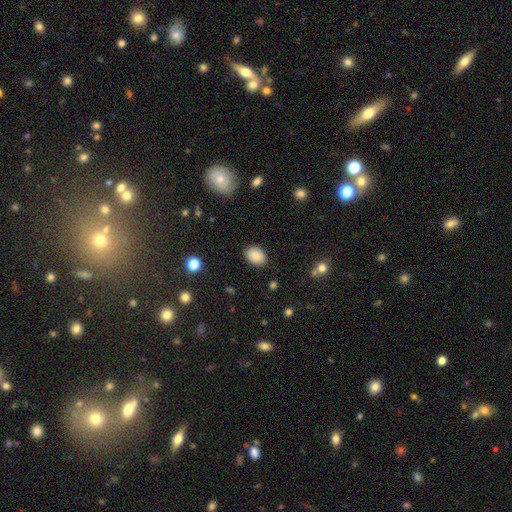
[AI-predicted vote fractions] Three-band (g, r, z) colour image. It shows a smooth galaxy with no disk features (85%) that is in between round and cigar-shaped (79%). Merging: none (88%).